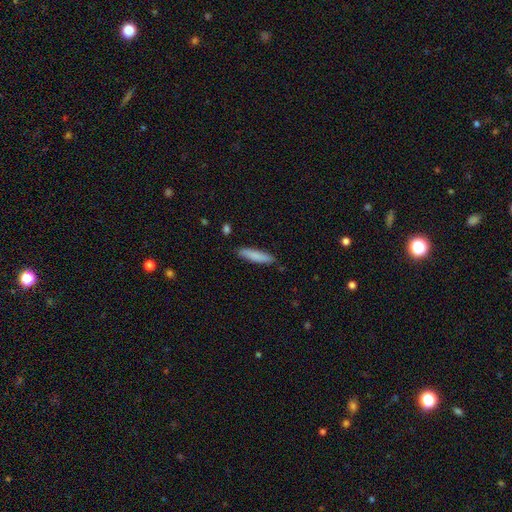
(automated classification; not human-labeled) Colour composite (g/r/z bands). It shows a smooth galaxy with no disk features (82%) that is cigar-shaped (83%). Merging: none (86%).